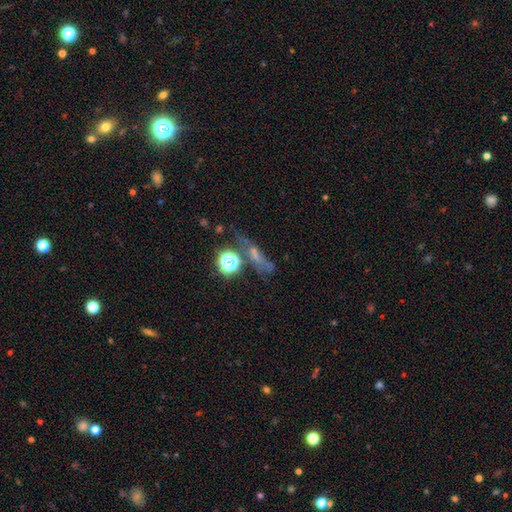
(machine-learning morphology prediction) star or artifact 37%, smooth 34%, featured or disk 30%.